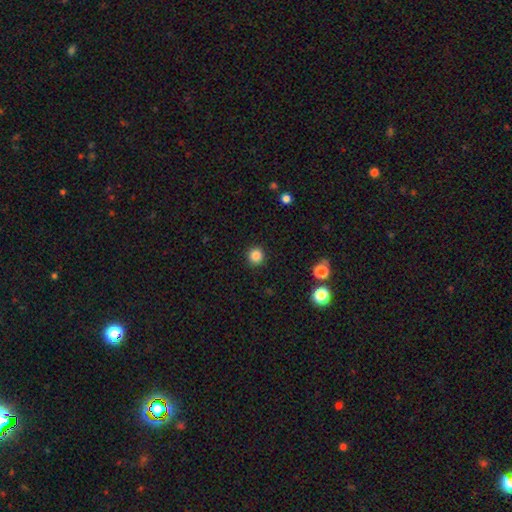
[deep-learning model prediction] smooth-or-featured: smooth: 85% | star or artifact: 11% | featured or disk: 4%
  how-rounded: round: 93% | in between: 6% | cigar-shaped: 1%
  merging: none: 92% | minor disturbance: 5% | major disturbance: 2% | merger: 1%